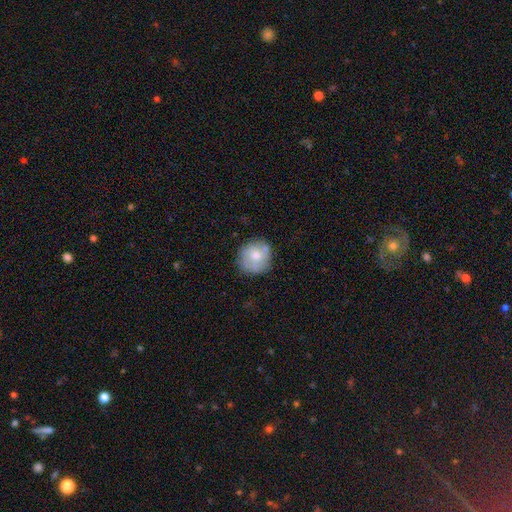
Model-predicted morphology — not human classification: This appears to be a smooth galaxy with no disk features (66%) that is round (87%). Merging: none (71%).